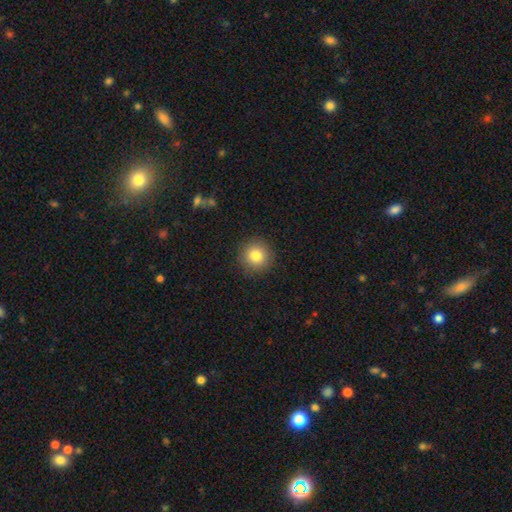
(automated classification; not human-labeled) Smooth or featured: smooth — 82% (star or artifact — 11%)
How rounded: round — 94% (in between — 5%)
Merging: none — 91% (minor disturbance — 6%)